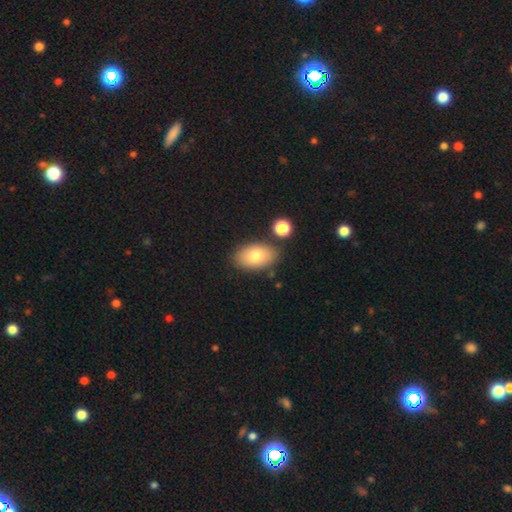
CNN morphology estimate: Smooth or featured? smooth (79%)
How rounded? in between (92%)
Merging? none (82%)